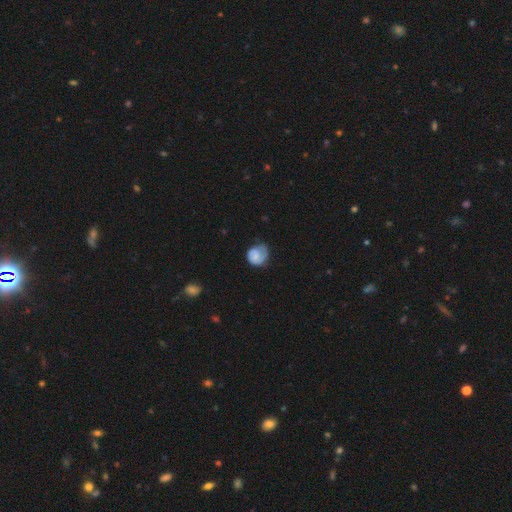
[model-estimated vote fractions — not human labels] A smooth galaxy with no disk features (65%) that is round (73%). Merging: none (43%).